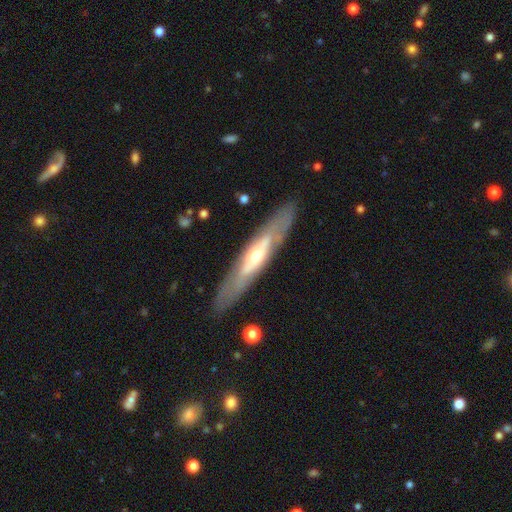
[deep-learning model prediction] Overall: featured or disk (67%; smooth 28%). Edge-on disk: yes (63%; no 37%). Merging: none (84%).